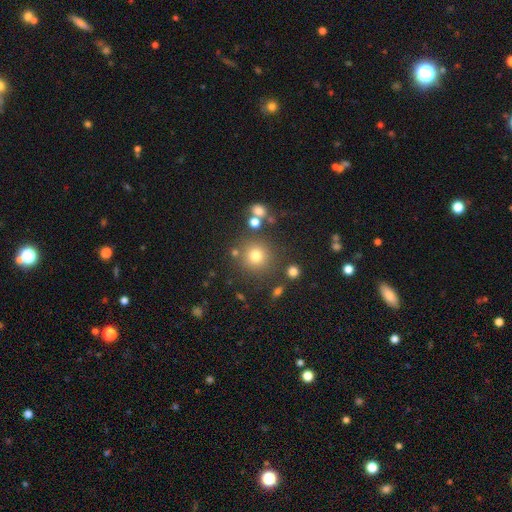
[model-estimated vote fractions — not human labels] A smooth galaxy with no disk features (75%) that is round (93%). Merging: none (81%).